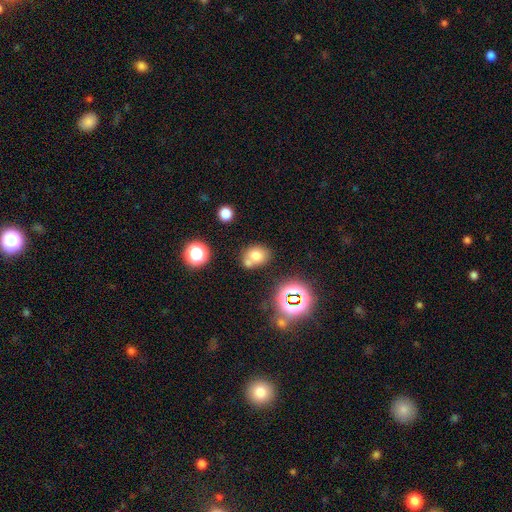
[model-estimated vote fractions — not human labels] Smooth or featured? Predicted: smooth (p=0.70). How rounded? Predicted: round (p=0.55). Merging? Predicted: none (p=0.53).